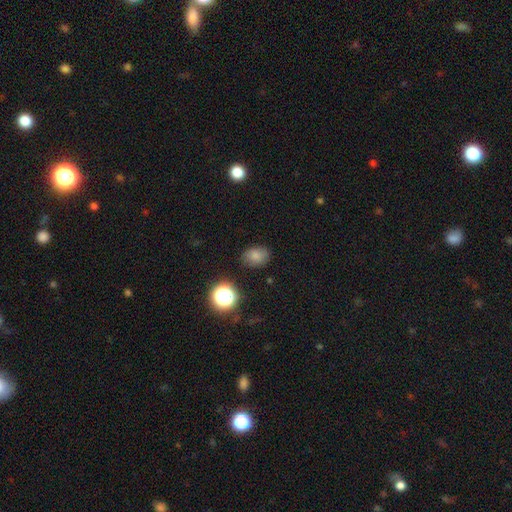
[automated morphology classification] This is likely a smooth galaxy (79%). How rounded: likely in between (68%). Merging: likely none (80%).